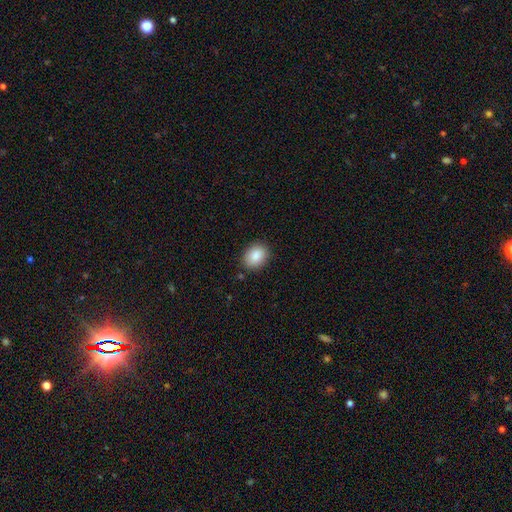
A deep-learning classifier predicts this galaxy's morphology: smooth 87%, star or artifact 7%, featured or disk 5%. Down the decision tree: how rounded — in between (67%); merging — none (87%).